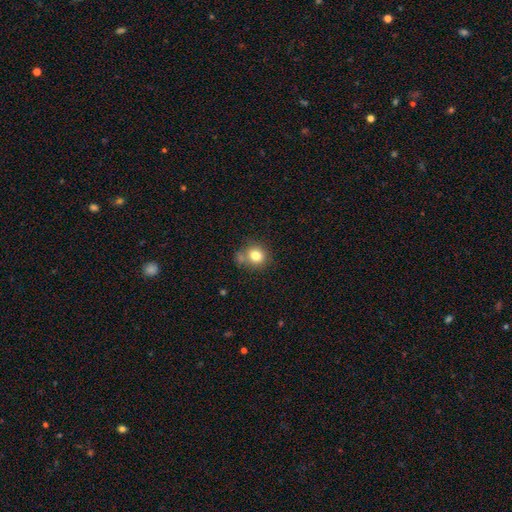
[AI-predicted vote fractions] Smooth or featured: smooth — 80% (star or artifact — 11%)
How rounded: round — 77% (in between — 22%)
Merging: none — 63% (minor disturbance — 16%)